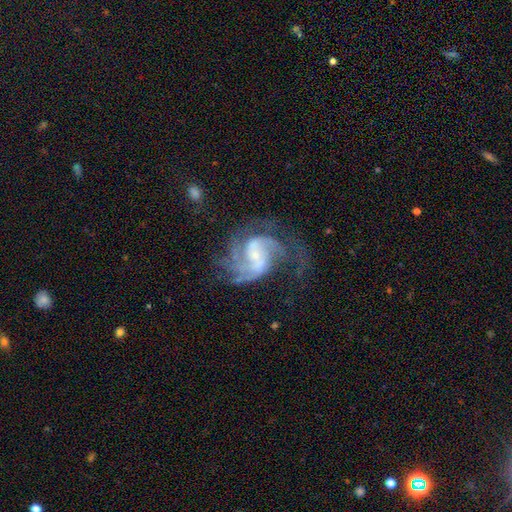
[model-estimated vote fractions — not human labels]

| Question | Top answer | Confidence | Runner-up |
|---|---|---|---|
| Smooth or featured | featured or disk | 87% | smooth (7%) |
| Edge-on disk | no | 98% | yes (2%) |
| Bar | weak | 44% | no (42%) |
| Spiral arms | yes | 96% | no (4%) |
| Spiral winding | medium | 50% | tight (27%) |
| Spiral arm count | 2 | 40% | 3 (25%) |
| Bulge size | small | 55% | moderate (26%) |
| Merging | none | 49% | major disturbance (30%) |